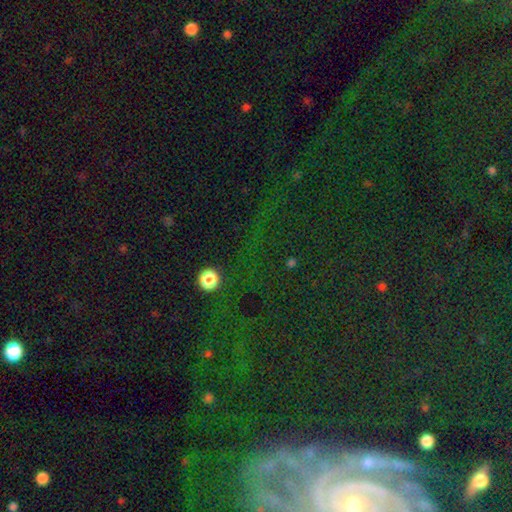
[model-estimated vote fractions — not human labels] This appears to be a star or artifact, not a galaxy (75%).